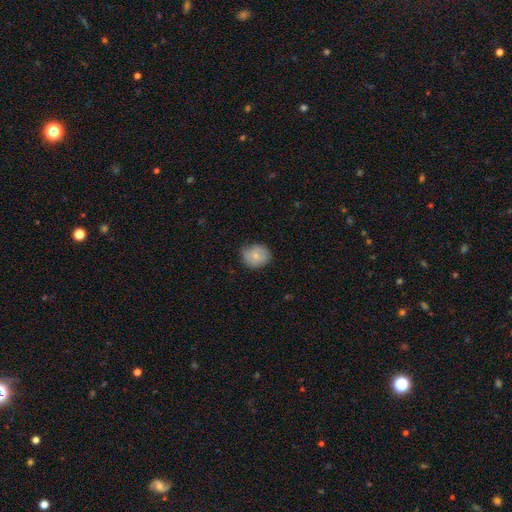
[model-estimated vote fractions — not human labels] A smooth galaxy with no disk features (74%) that is round (73%).

Vote fractions:
- Smooth or featured? smooth: 74% / featured or disk: 18% / star or artifact: 8%
- How rounded? round: 73% / in between: 26% / cigar-shaped: 1%
- Merging? none: 67% / minor disturbance: 27% / major disturbance: 5% / merger: 1%